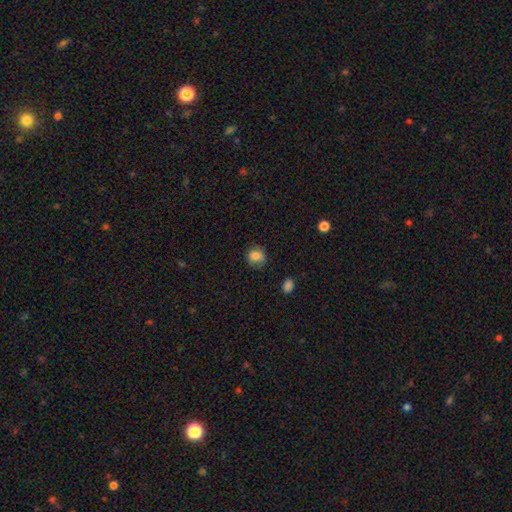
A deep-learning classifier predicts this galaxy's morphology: Overall: smooth (82%). How rounded: round (75%). Merging: none (78%).